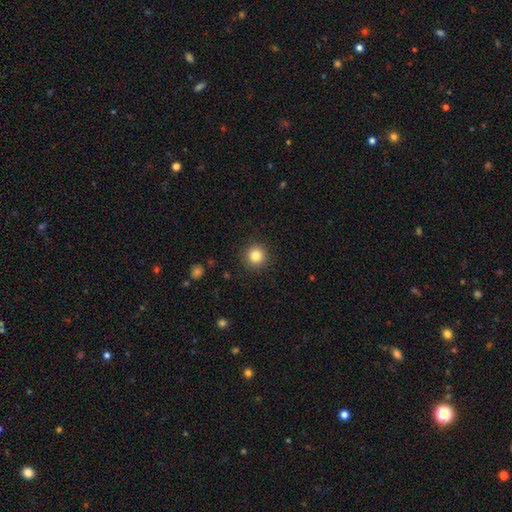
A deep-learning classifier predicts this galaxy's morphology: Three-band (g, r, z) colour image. It shows a smooth galaxy with no disk features (83%) that is round (95%). Merging: none (92%).